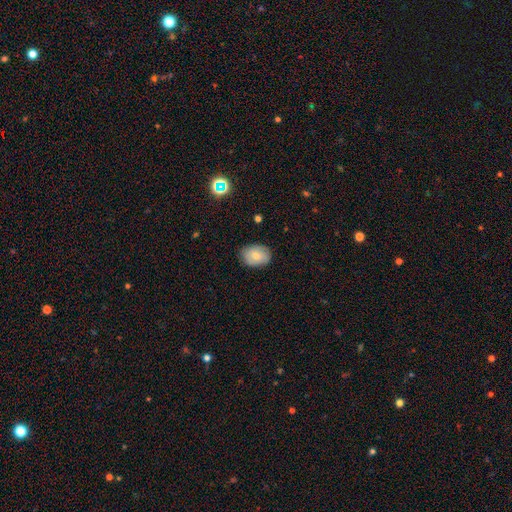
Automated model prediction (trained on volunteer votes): smooth_or_featured: smooth (p=0.74) [alt: featured or disk p=0.19]
how_rounded: in between (p=0.70) [alt: round p=0.29]
merging: none (p=0.82) [alt: minor disturbance p=0.15]